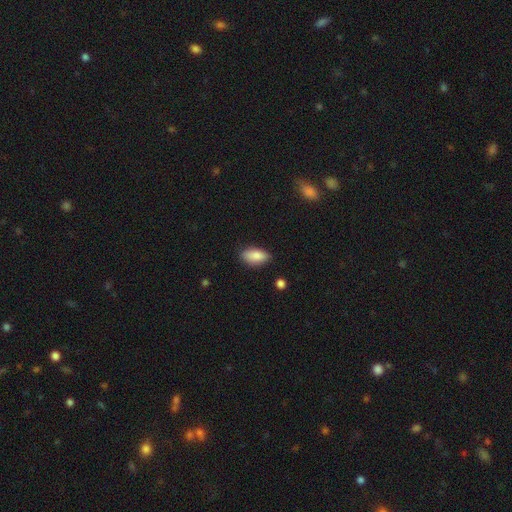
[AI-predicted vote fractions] This is clearly a smooth galaxy (86%). How rounded: clearly in between (90%). Merging: clearly none (80%).